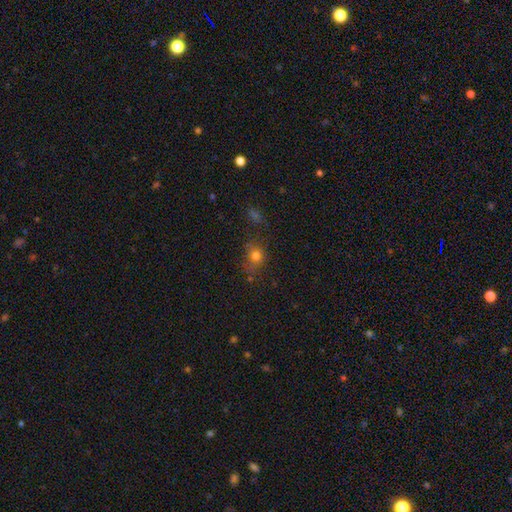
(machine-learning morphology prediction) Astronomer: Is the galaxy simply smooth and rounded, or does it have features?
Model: smooth — 74%.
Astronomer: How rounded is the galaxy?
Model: round — 68%.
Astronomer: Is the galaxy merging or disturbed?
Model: none — 60%.